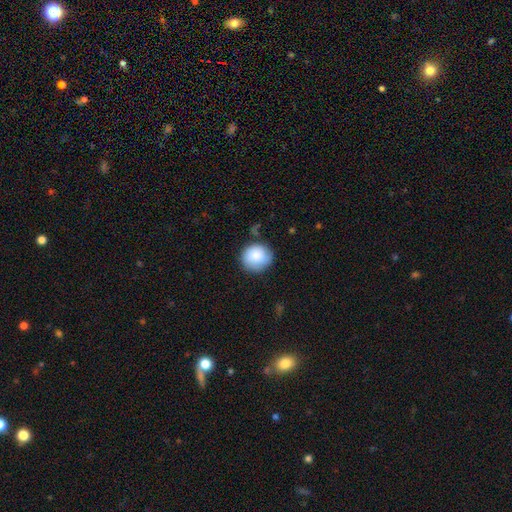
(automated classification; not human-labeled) smooth 84%, featured or disk 9%, star or artifact 7%. Down the decision tree: how rounded — round (88%); merging — none (77%).